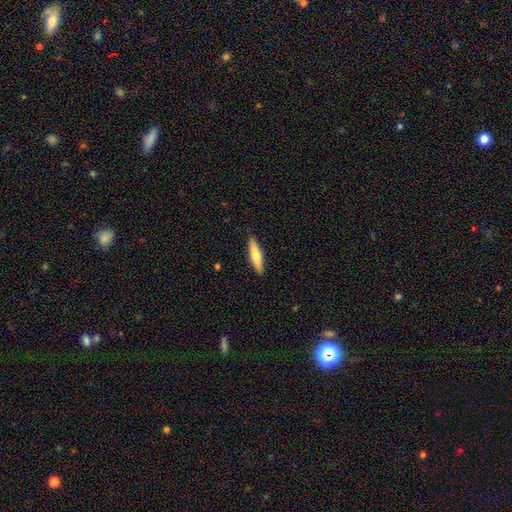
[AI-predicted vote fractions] Overall: smooth (70%). How rounded: cigar-shaped (70%). Merging: none (90%).